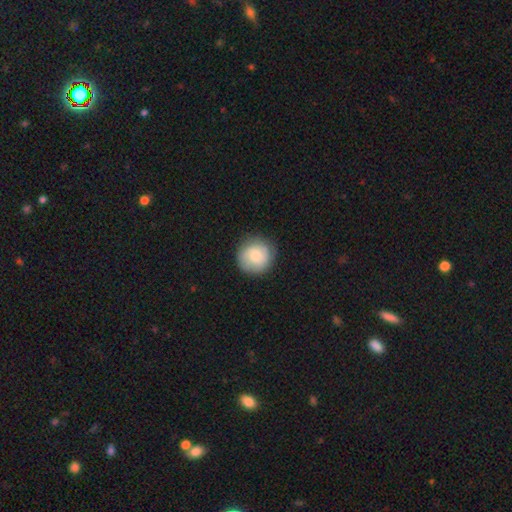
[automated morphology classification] Smooth or featured? Predicted: smooth (p=0.69). How rounded? Predicted: round (p=0.93). Merging? Predicted: none (p=0.84).